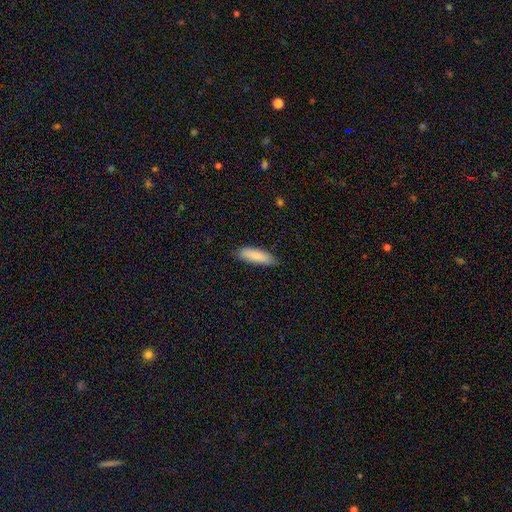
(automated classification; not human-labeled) smooth-or-featured: smooth: 86% | featured or disk: 8% | star or artifact: 6%
  how-rounded: cigar-shaped: 53% | in between: 45% | round: 1%
  merging: none: 81% | minor disturbance: 15% | major disturbance: 2% | merger: 1%